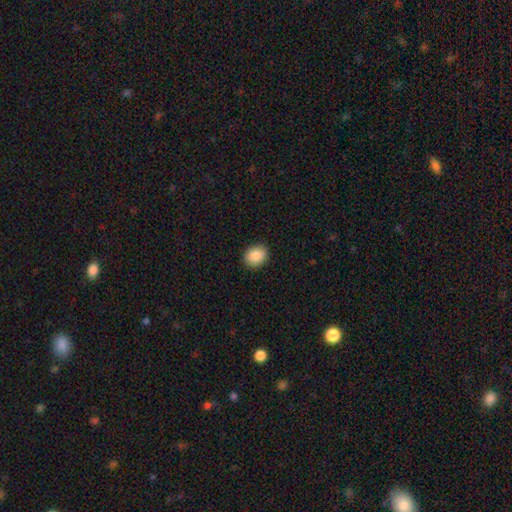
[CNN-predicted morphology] This appears to be a smooth galaxy with no disk features (88%) that is round (56%). Merging: none (90%).